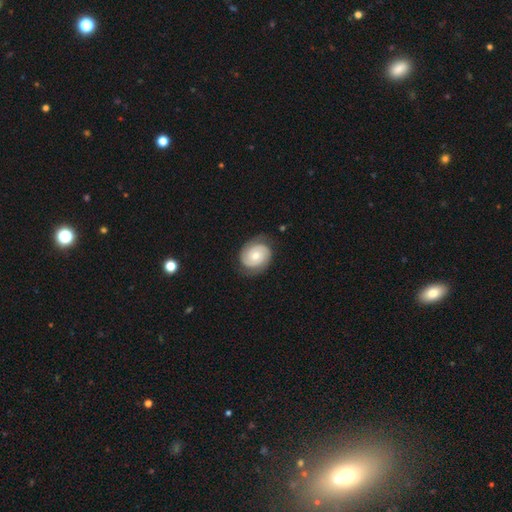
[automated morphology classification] This is likely a featured or disk galaxy (79%). It is clearly not viewed edge-on (98%). Bar: likely no (75%). Spiral arm pattern: clearly yes (95%). Spiral arm count: clearly 2 (87%). Spiral winding: likely tight (66%). Central bulge: possibly moderate (54%). Merging: likely none (80%).